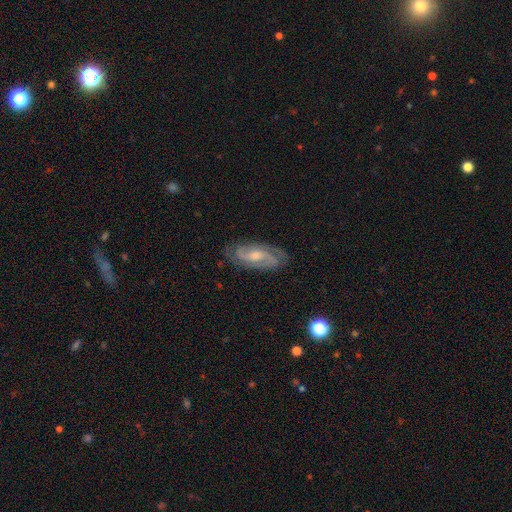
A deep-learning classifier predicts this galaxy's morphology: Smooth or featured?
  - featured or disk: 85% *
  - smooth: 10%
  - star or artifact: 5%
Edge-on disk?
  - no: 94% *
  - yes: 6%
Bar?
  - weak: 45% *
  - no: 44%
  - strong: 11%
Spiral arms?
  - yes: 97% *
  - no: 3%
Spiral winding?
  - tight: 47% *
  - medium: 44%
  - loose: 10%
Spiral arm count?
  - 2: 72% *
  - 3: 11%
  - can't tell: 10%
  - 4: 3%
  - 1: 2%
  - more than 4: 2%
Bulge size?
  - moderate: 48% *
  - small: 37%
  - none: 9%
  - large: 5%
  - dominant: 1%
Merging?
  - none: 80% *
  - minor disturbance: 14%
  - major disturbance: 4%
  - merger: 1%